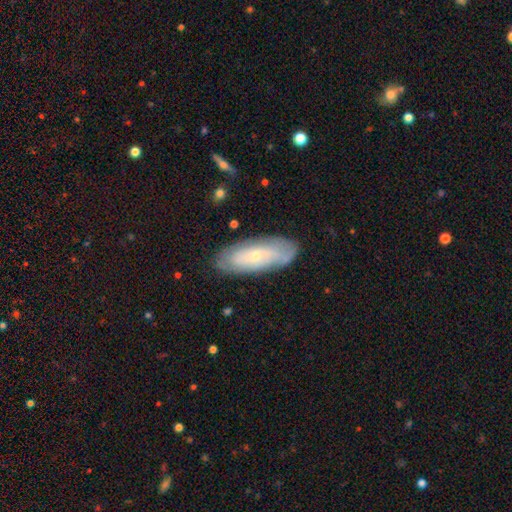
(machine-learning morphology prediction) featured or disk 55%, smooth 38%, star or artifact 7%. Down the decision tree: edge-on disk — no (83%); merging — none (78%).